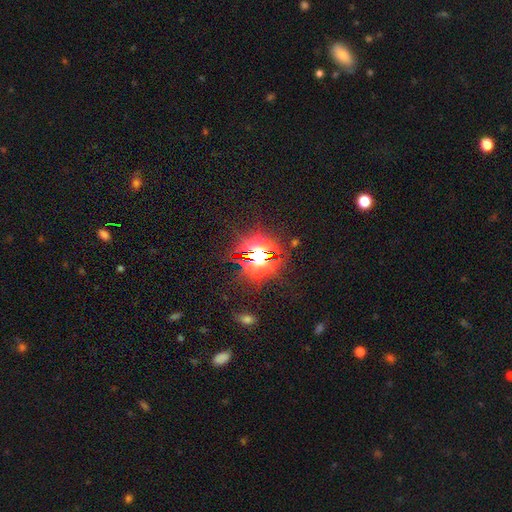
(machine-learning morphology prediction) Smooth or featured: star or artifact — 77% (smooth — 14%)